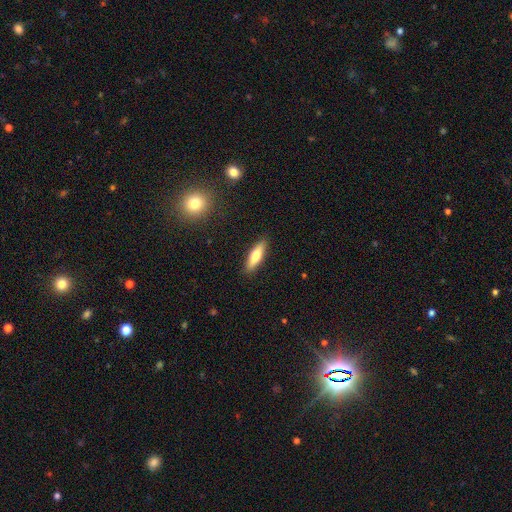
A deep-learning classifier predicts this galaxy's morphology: Smooth or featured? smooth (69%)
How rounded? cigar-shaped (62%)
Merging? none (89%)